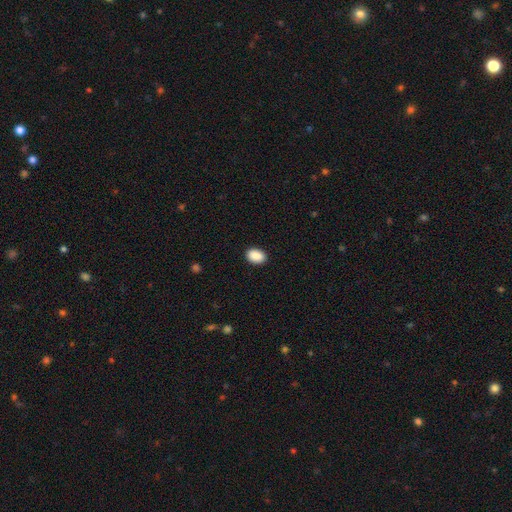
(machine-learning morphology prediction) A smooth galaxy with no disk features (90%) that is in between round and cigar-shaped (84%). Merging: none (90%).